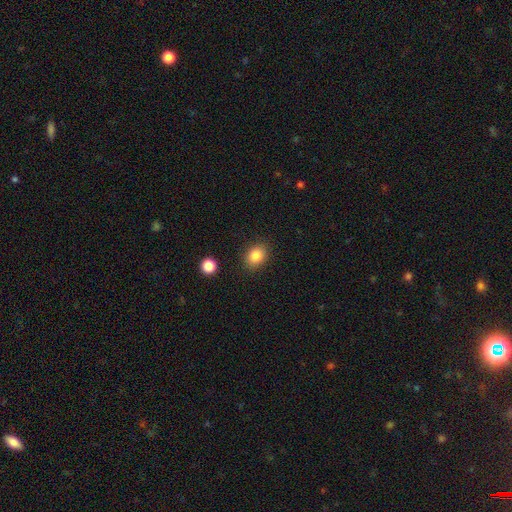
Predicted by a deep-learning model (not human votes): Smooth or featured? smooth (84%)
How rounded? in between (57%)
Merging? none (86%)